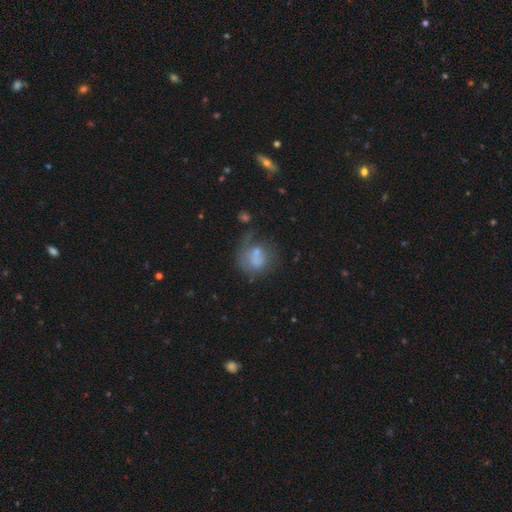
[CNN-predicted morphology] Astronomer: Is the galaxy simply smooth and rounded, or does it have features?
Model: smooth — 54% (runner-up: featured or disk, 31%).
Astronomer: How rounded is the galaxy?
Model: round — 65%.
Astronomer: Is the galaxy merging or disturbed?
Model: none — 36% (runner-up: major disturbance, 26%).